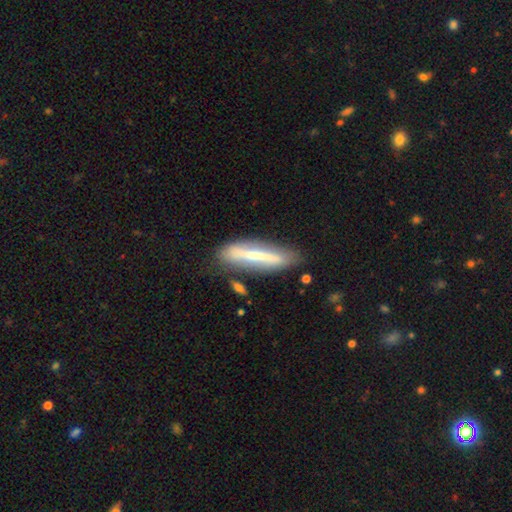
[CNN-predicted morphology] smooth_or_featured: featured or disk (p=0.52) [alt: smooth p=0.41]
disk_edge_on: yes (p=0.59) [alt: no p=0.41]
merging: none (p=0.71) [alt: minor disturbance p=0.19]